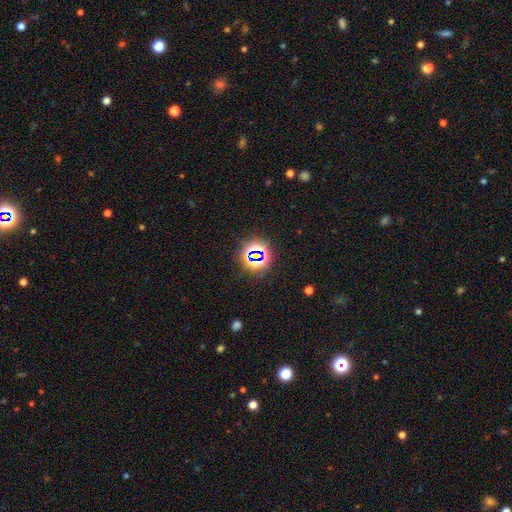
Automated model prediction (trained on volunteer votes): This is likely a star or artifact rather than a galaxy (74%).